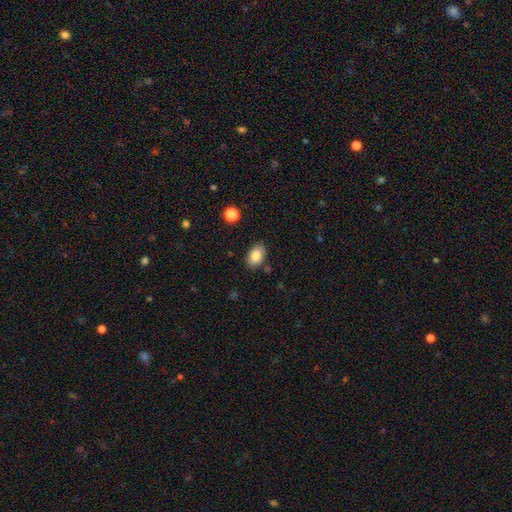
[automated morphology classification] smooth_or_featured: smooth (p=0.85) [alt: star or artifact p=0.08]
how_rounded: in between (p=0.87) [alt: round p=0.11]
merging: none (p=0.83) [alt: minor disturbance p=0.12]